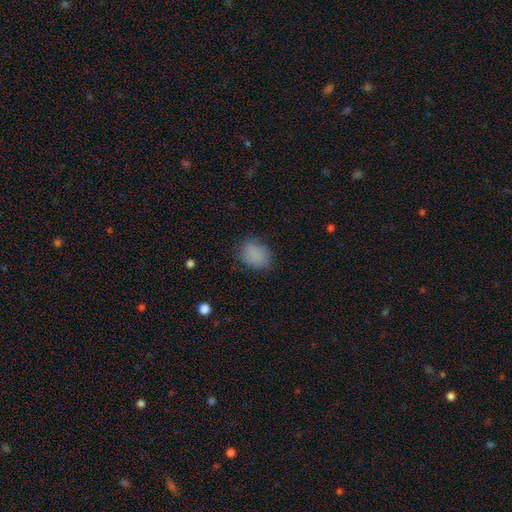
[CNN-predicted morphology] Overall: smooth (85%). How rounded: in between (54%; round 45%). Merging: none (76%).